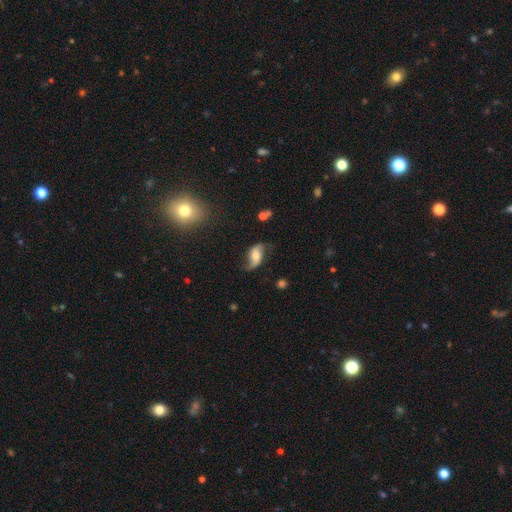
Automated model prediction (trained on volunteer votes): Q: Smooth or featured?
A: featured or disk (78%); runner-up: smooth (15%)
Q: Edge-on disk?
A: no (95%); runner-up: yes (5%)
Q: Bar?
A: no (48%); runner-up: weak (37%)
Q: Spiral arms?
A: yes (94%); runner-up: no (6%)
Q: Spiral winding?
A: loose (82%); runner-up: medium (14%)
Q: Spiral arm count?
A: 2 (91%); runner-up: 1 (3%)
Q: Bulge size?
A: moderate (48%); runner-up: small (28%)
Q: Merging?
A: none (70%); runner-up: minor disturbance (19%)